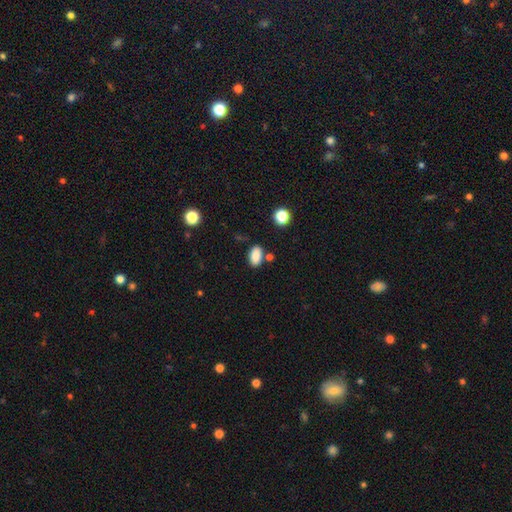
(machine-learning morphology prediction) smooth 86%, star or artifact 9%, featured or disk 4%. Down the decision tree: how rounded — in between (90%); merging — none (77%).